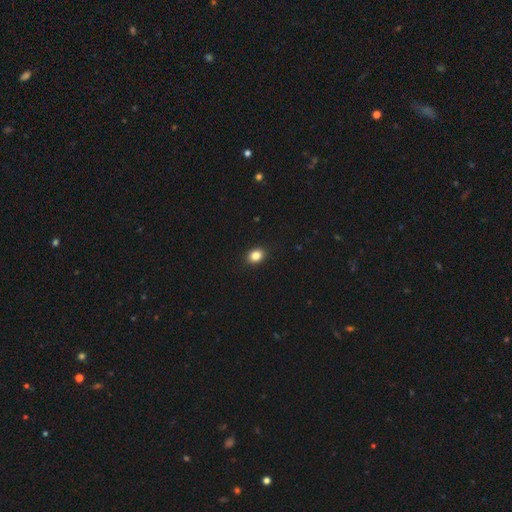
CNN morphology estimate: Smooth or featured?
  - smooth: 85% *
  - star or artifact: 10%
  - featured or disk: 5%
How rounded?
  - in between: 55% *
  - round: 43%
  - cigar-shaped: 1%
Merging?
  - none: 91% *
  - minor disturbance: 6%
  - major disturbance: 2%
  - merger: 1%